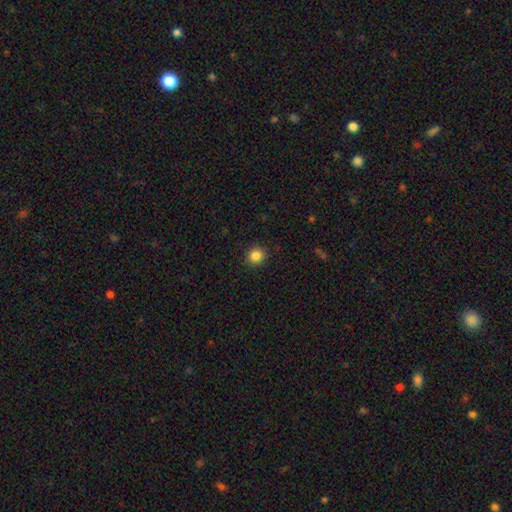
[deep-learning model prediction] This appears to be a smooth galaxy with no disk features (86%) that is round (90%). Merging: none (91%).